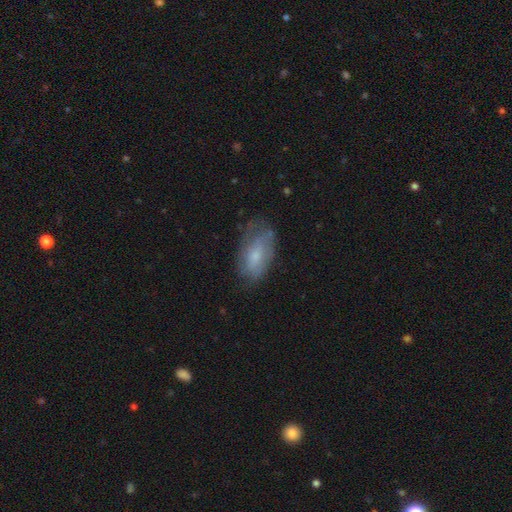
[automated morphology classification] A smooth galaxy with no disk features (56%) that is in between round and cigar-shaped (91%).

Vote fractions:
- Smooth or featured? smooth: 56% / featured or disk: 37% / star or artifact: 8%
- How rounded? in between: 91% / round: 5% / cigar-shaped: 4%
- Merging? none: 61% / minor disturbance: 27% / major disturbance: 11% / merger: 2%